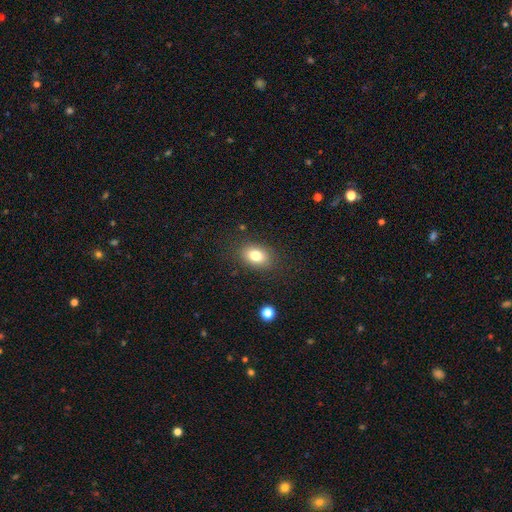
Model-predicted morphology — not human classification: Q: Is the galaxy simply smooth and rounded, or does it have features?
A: smooth — 80%.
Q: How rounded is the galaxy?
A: in between — 75%.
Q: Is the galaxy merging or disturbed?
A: none — 85%.